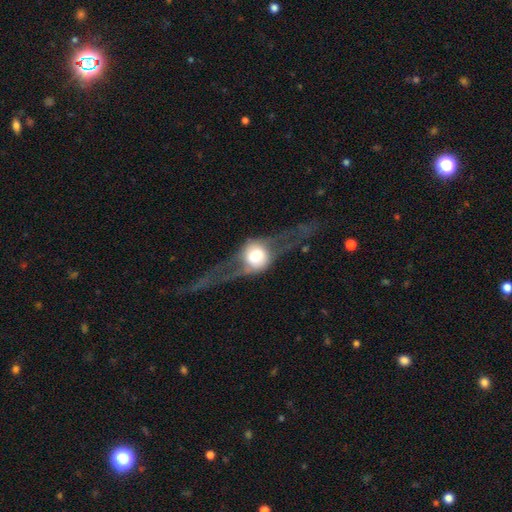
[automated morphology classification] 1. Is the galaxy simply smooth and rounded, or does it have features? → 71% featured or disk, 23% smooth, 6% star or artifact.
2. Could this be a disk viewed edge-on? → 68% yes, 32% no.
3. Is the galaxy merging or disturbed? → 51% none, 31% major disturbance, 14% minor disturbance, 3% merger.